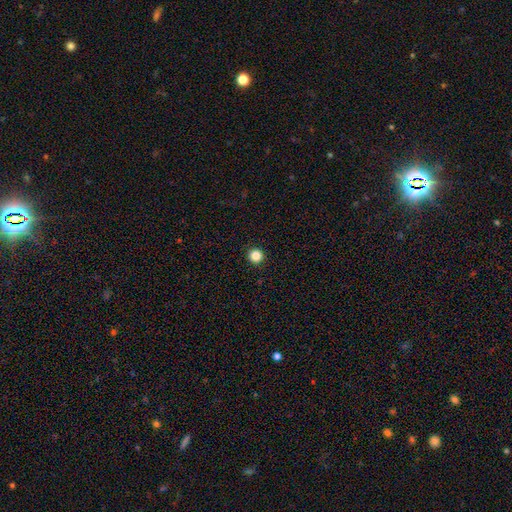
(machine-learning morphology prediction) This is clearly a smooth galaxy (85%). How rounded: clearly round (96%). Merging: clearly none (94%).